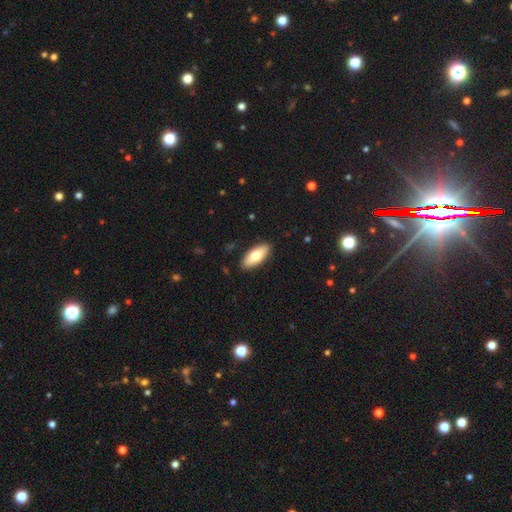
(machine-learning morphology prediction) The model was most divided on "smooth or featured": smooth: 75%, featured or disk: 19%, star or artifact: 6%. More confident: merging — none (89%); how rounded — in between (81%).